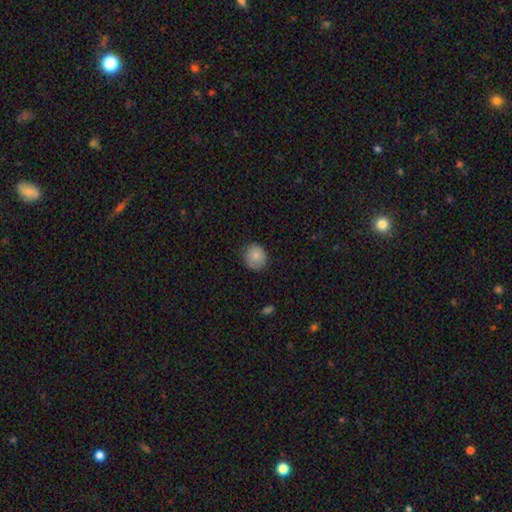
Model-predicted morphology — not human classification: Smooth or featured? smooth (83%)
How rounded? round (81%)
Merging? none (81%)